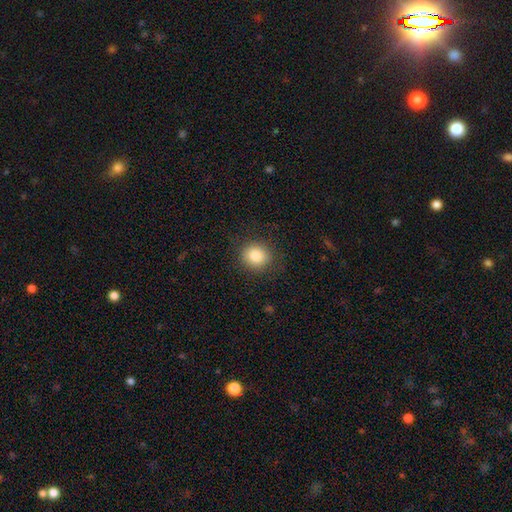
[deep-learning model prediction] smooth_or_featured: smooth (p=0.84) [alt: star or artifact p=0.10]
how_rounded: round (p=0.85) [alt: in between p=0.14]
merging: none (p=0.88) [alt: minor disturbance p=0.08]